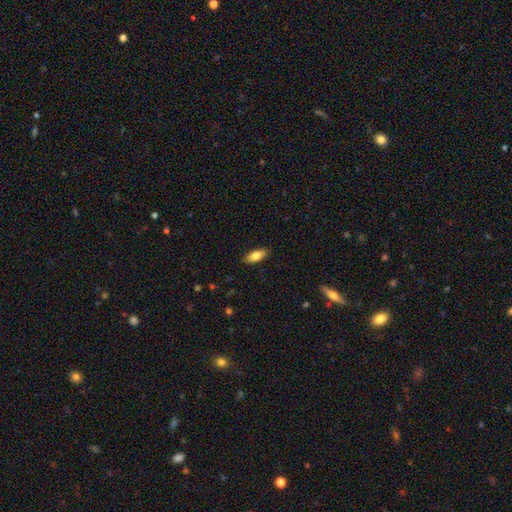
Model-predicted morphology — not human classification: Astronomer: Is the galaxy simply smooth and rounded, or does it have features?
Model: smooth — 79%.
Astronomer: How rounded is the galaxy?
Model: in between — 79%.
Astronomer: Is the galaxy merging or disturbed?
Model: none — 89%.